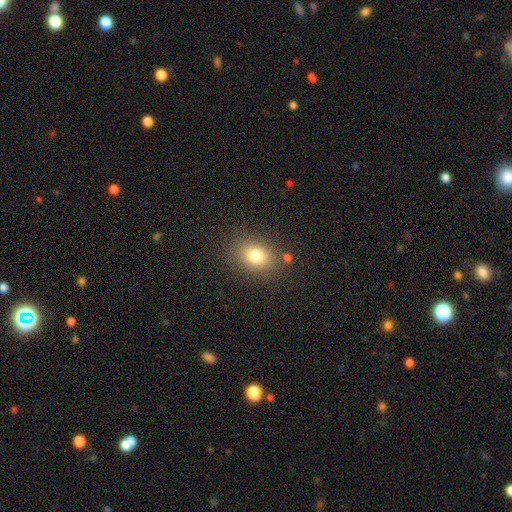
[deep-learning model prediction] The model was most divided on "how rounded": in between: 65%, round: 34%, cigar-shaped: 1%. More confident: merging — none (82%); smooth or featured — smooth (78%).